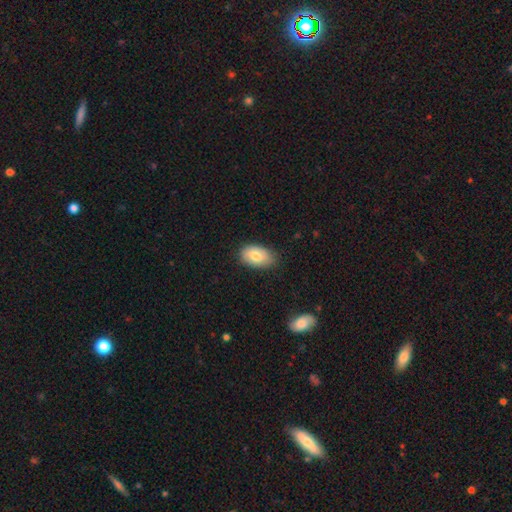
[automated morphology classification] Smooth or featured?
  - smooth: 78% *
  - featured or disk: 15%
  - star or artifact: 7%
How rounded?
  - in between: 93% *
  - round: 6%
  - cigar-shaped: 1%
Merging?
  - none: 76% *
  - minor disturbance: 20%
  - major disturbance: 3%
  - merger: 1%